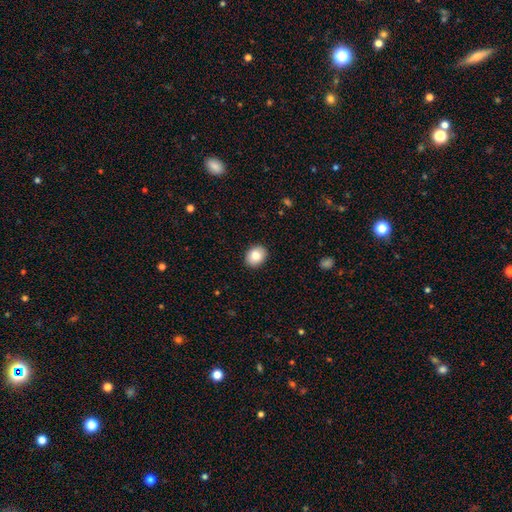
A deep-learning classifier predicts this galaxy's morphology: smooth_or_featured: smooth (p=0.85) [alt: star or artifact p=0.08]
how_rounded: in between (p=0.57) [alt: round p=0.42]
merging: none (p=0.90) [alt: minor disturbance p=0.07]